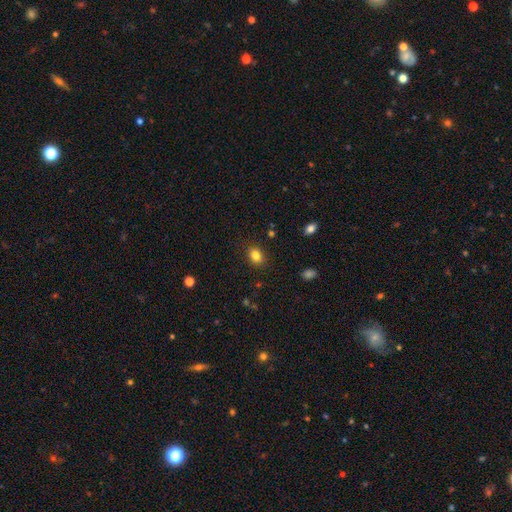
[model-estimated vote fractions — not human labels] The model was most divided on "how rounded": in between: 62%, round: 37%, cigar-shaped: 1%. More confident: merging — none (86%); smooth or featured — smooth (83%).